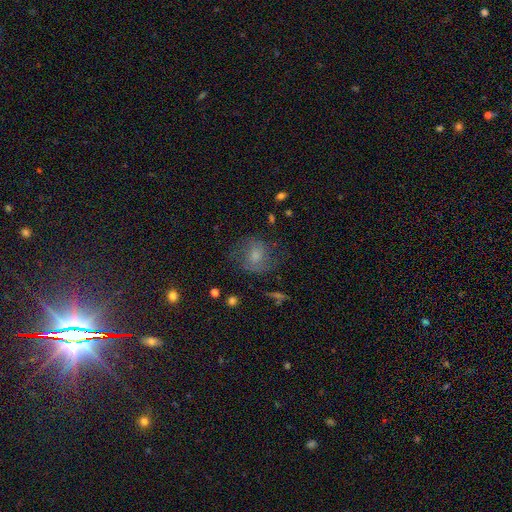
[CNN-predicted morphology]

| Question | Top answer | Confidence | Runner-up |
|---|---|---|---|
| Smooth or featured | smooth | 53% | featured or disk (34%) |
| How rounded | round | 70% | in between (29%) |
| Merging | none | 60% | minor disturbance (22%) |